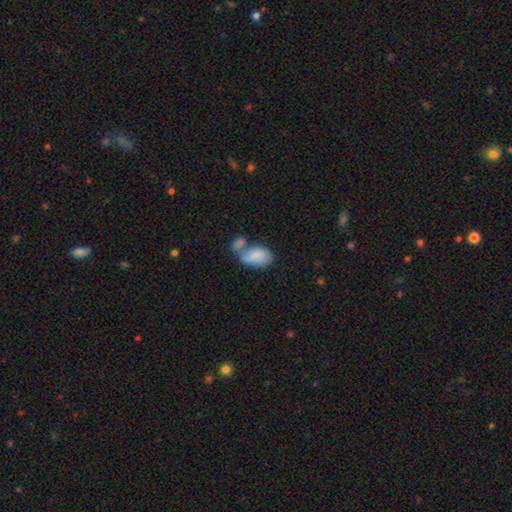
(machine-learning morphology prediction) A smooth galaxy with no disk features (79%) that is in between round and cigar-shaped (91%).

Vote fractions:
- Smooth or featured? smooth: 79% / featured or disk: 14% / star or artifact: 7%
- How rounded? in between: 91% / round: 7% / cigar-shaped: 2%
- Merging? merger: 49% / none: 27% / minor disturbance: 15% / major disturbance: 9%